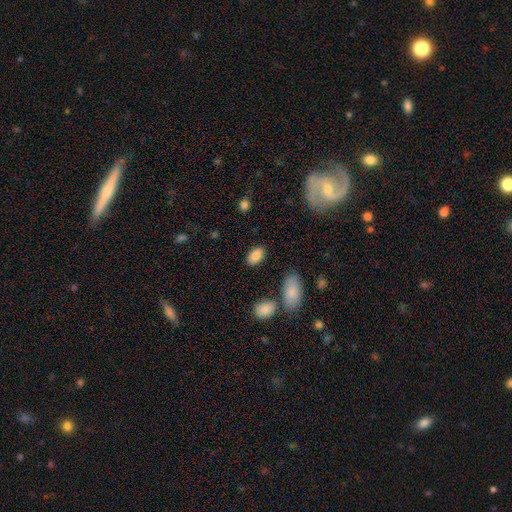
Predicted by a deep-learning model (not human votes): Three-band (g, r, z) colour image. It shows a smooth galaxy with no disk features (88%) that is in between round and cigar-shaped (94%). Merging: none (85%).